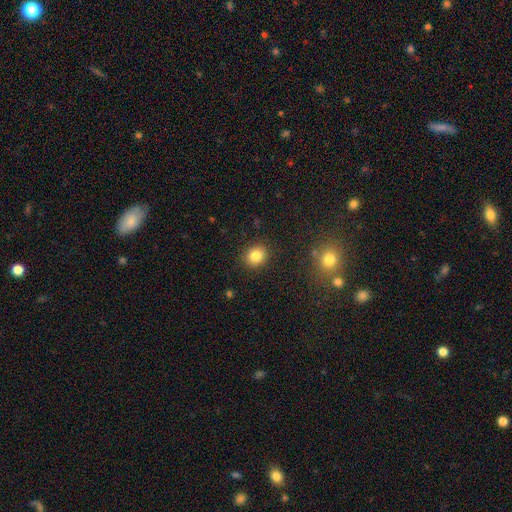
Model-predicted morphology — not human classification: smooth-or-featured: smooth: 84% | star or artifact: 10% | featured or disk: 6%
  how-rounded: round: 72% | in between: 27% | cigar-shaped: 1%
  merging: none: 89% | minor disturbance: 7% | major disturbance: 3% | merger: 1%